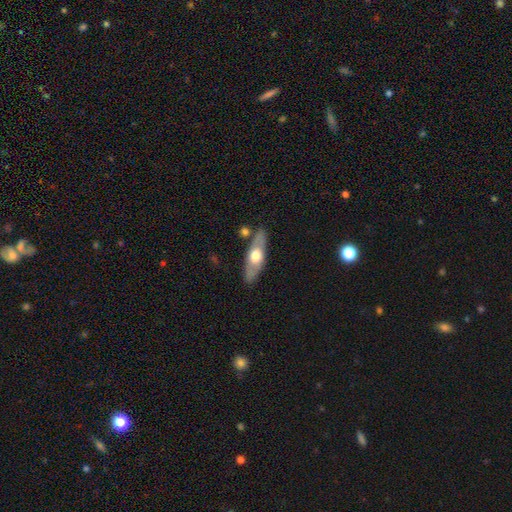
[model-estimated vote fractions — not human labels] The model was most divided on "smooth or featured": featured or disk: 52%, smooth: 43%, star or artifact: 5%. More confident: merging — none (80%); edge-on disk — yes (64%).